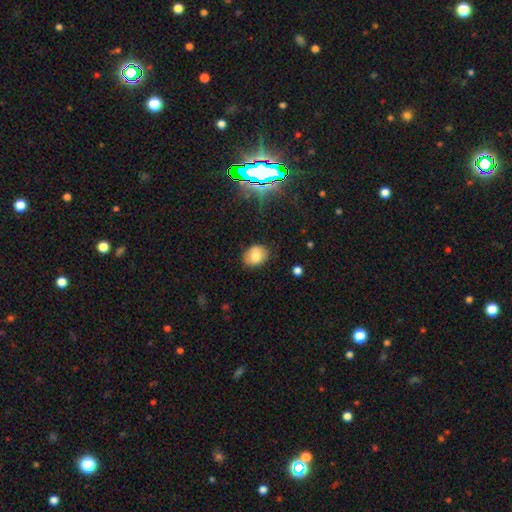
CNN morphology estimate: Overall: smooth (73%). How rounded: in between (55%; round 44%). Merging: none (80%).